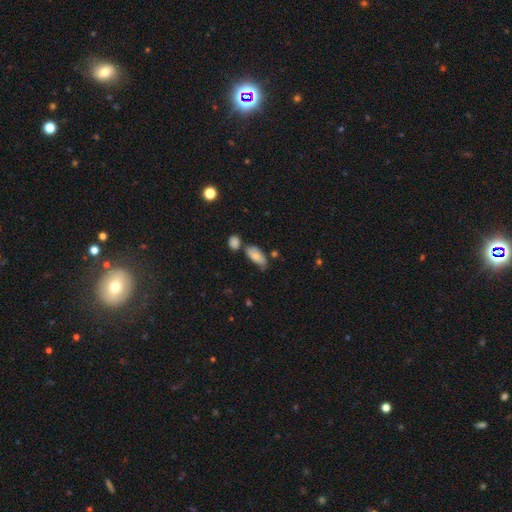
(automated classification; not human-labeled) A smooth galaxy with no disk features (73%) that is in between round and cigar-shaped (87%).

Vote fractions:
- Smooth or featured? smooth: 73% / featured or disk: 19% / star or artifact: 8%
- How rounded? in between: 87% / cigar-shaped: 10% / round: 4%
- Merging? none: 48% / minor disturbance: 26% / merger: 19% / major disturbance: 8%